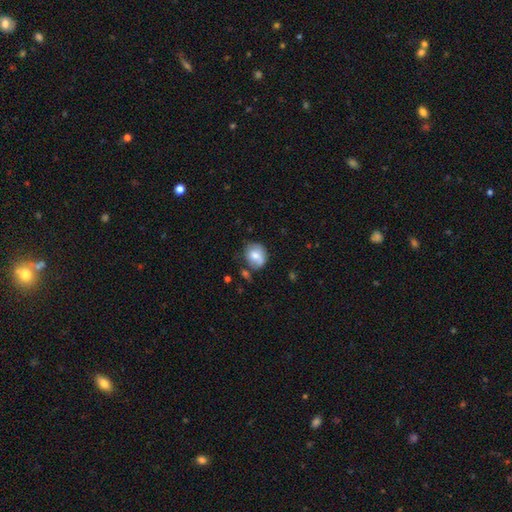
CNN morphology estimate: A smooth galaxy with no disk features (72%) that is round (68%).

Vote fractions:
- Smooth or featured? smooth: 72% / featured or disk: 20% / star or artifact: 8%
- How rounded? round: 68% / in between: 31% / cigar-shaped: 1%
- Merging? none: 57% / minor disturbance: 26% / merger: 9% / major disturbance: 7%